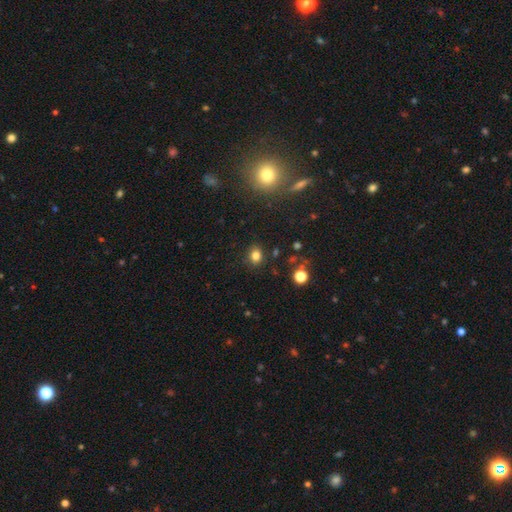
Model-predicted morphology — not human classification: This appears to be a smooth galaxy with no disk features (80%) that is round (59%). Merging: none (85%).